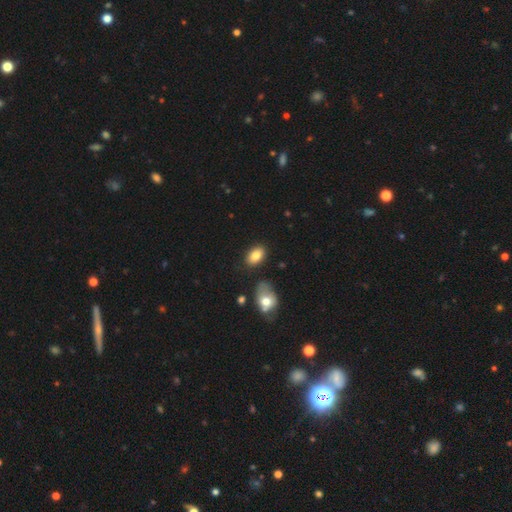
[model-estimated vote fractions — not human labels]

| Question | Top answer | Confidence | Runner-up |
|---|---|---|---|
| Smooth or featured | smooth | 82% | featured or disk (9%) |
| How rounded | in between | 88% | round (11%) |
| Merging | none | 79% | minor disturbance (12%) |